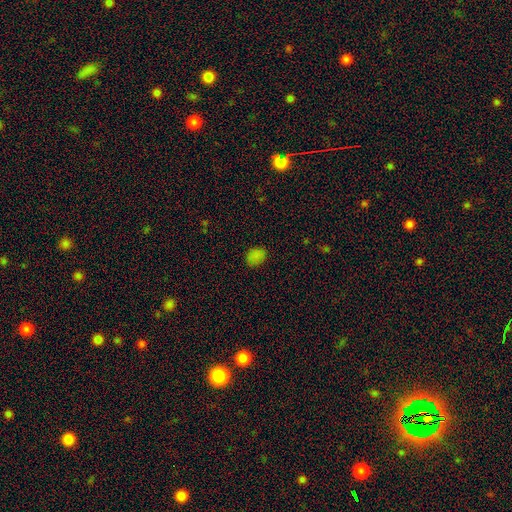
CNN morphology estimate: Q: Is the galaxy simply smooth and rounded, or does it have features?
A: smooth — 80%.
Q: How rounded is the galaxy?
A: in between — 63%.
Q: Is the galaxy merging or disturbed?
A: none — 83%.